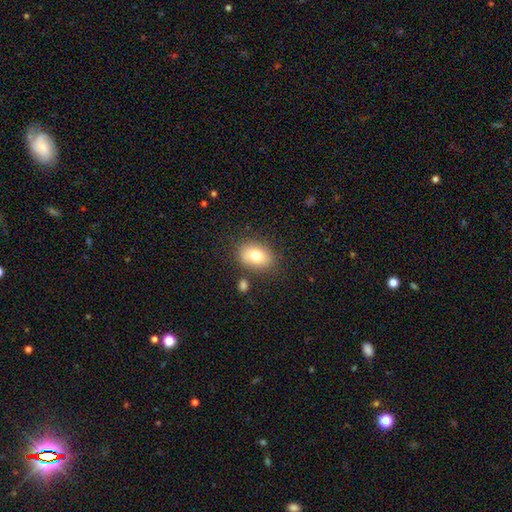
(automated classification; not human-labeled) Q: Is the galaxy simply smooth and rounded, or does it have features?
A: smooth — 77%.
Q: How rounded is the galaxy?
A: in between — 75%.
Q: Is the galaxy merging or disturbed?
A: none — 77%.